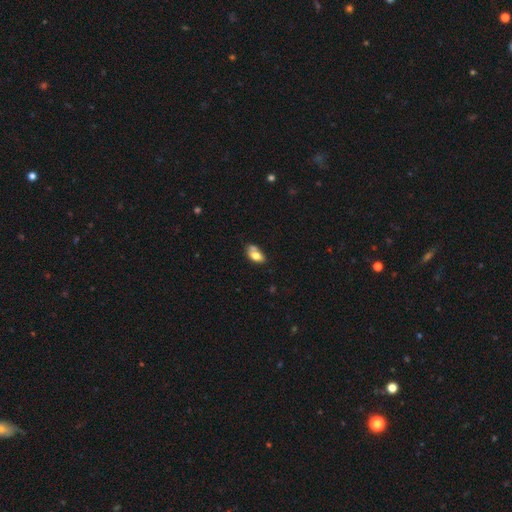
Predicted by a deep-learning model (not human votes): Smooth or featured? smooth (72%)
How rounded? in between (89%)
Merging? none (38%)